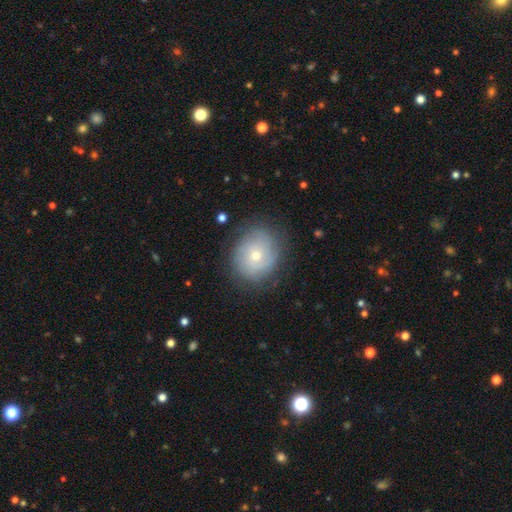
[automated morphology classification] smooth 49%, featured or disk 42%, star or artifact 9%. Down the decision tree: merging — none (75%).